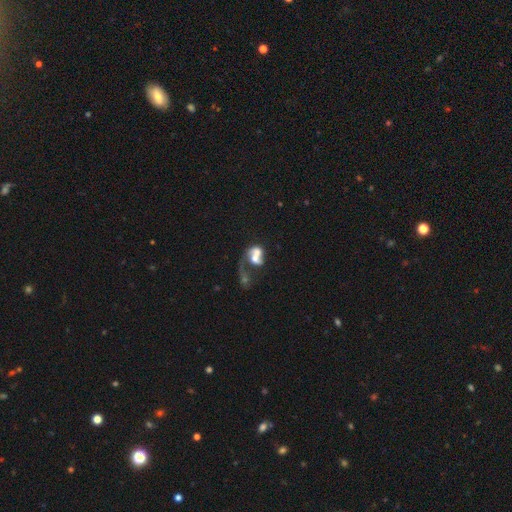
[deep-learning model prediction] Overall: featured or disk (49%; smooth 41%). Merging: merger (66%).